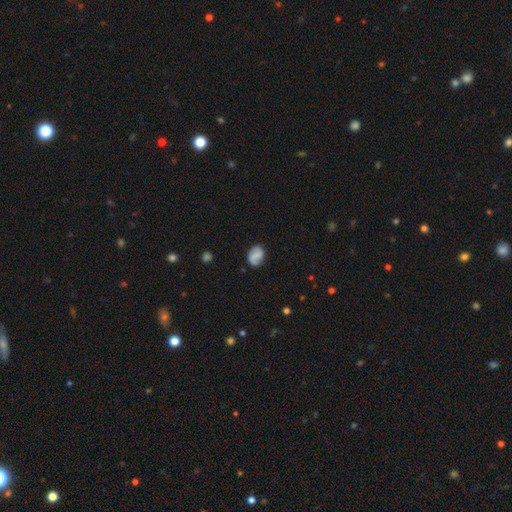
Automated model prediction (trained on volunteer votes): Q: Smooth or featured?
A: smooth (54%); runner-up: featured or disk (37%)
Q: How rounded?
A: in between (62%); runner-up: round (36%)
Q: Merging?
A: none (77%); runner-up: minor disturbance (17%)